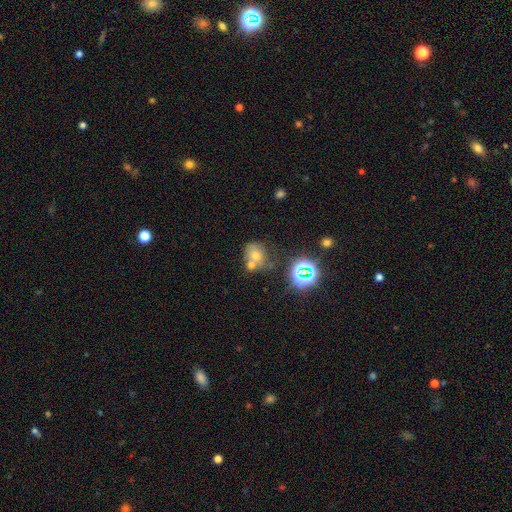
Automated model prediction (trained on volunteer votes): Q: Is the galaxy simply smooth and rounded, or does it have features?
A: smooth — 53%.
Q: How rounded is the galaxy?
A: round — 69%.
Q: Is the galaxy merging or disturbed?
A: merger — 43%.